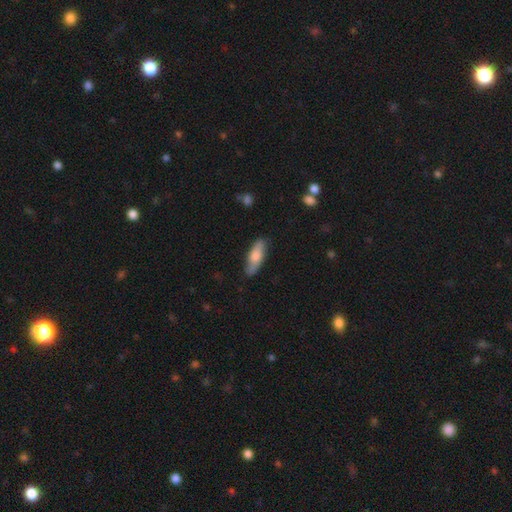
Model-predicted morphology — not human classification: smooth-or-featured: smooth: 68% | featured or disk: 26% | star or artifact: 6%
  how-rounded: in between: 55% | cigar-shaped: 43% | round: 2%
  merging: none: 82% | minor disturbance: 14% | major disturbance: 3% | merger: 1%